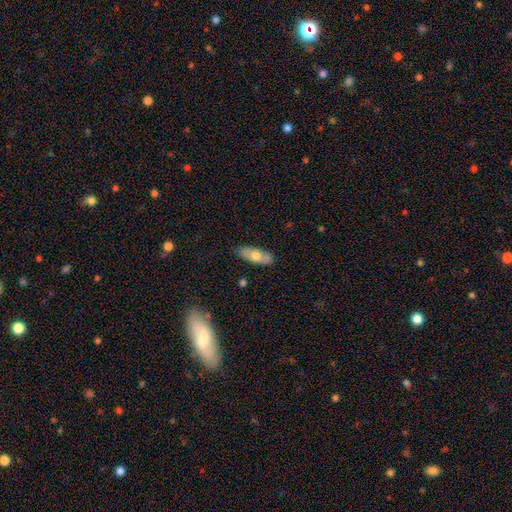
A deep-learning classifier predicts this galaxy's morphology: smooth 64%, featured or disk 30%, star or artifact 6%. Down the decision tree: how rounded — in between (79%); merging — none (83%).